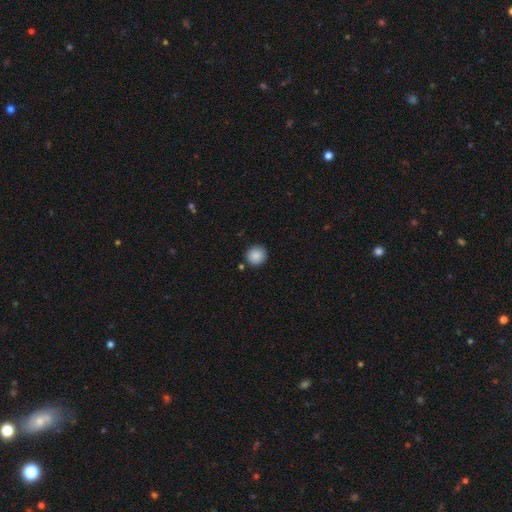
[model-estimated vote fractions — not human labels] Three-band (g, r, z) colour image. It shows a smooth galaxy with no disk features (87%) that is round (93%). Merging: none (89%).